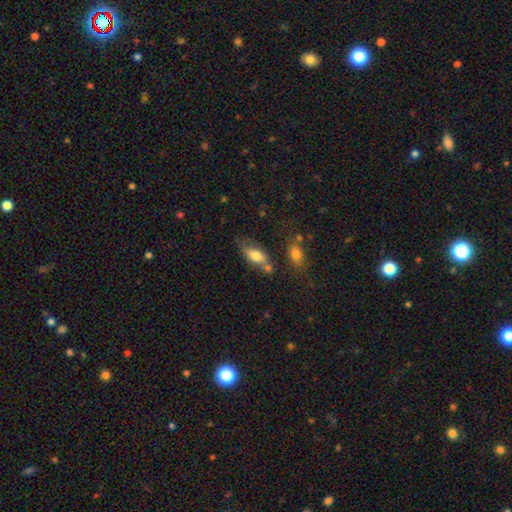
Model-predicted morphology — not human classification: The model was most divided on "merging": none: 53%, minor disturbance: 23%, merger: 16%, major disturbance: 8%. More confident: how rounded — in between (78%); smooth or featured — smooth (70%).